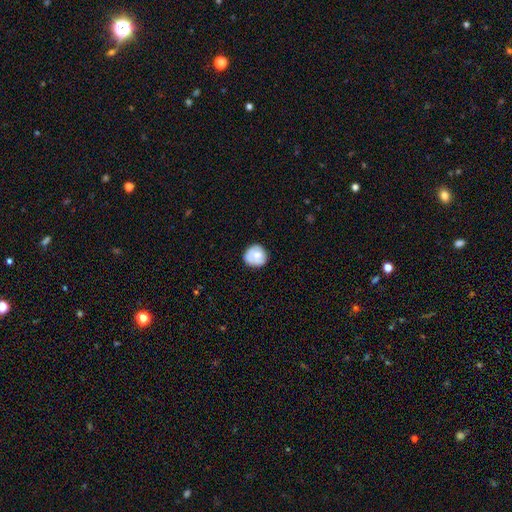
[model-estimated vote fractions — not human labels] smooth 71%, featured or disk 22%, star or artifact 7%. Down the decision tree: how rounded — round (89%); merging — none (76%).